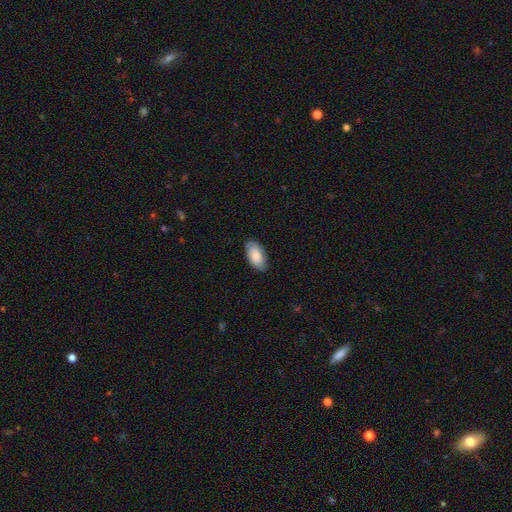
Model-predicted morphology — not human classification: type=smooth (81%); roundness=in between (95%); merging=none (83%).